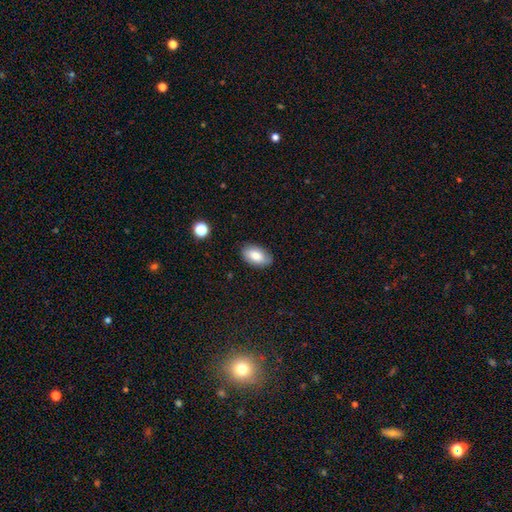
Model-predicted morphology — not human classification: Smooth or featured?
  - smooth: 79% *
  - featured or disk: 13%
  - star or artifact: 7%
How rounded?
  - in between: 94% *
  - round: 5%
  - cigar-shaped: 2%
Merging?
  - none: 84% *
  - minor disturbance: 12%
  - major disturbance: 2%
  - merger: 1%